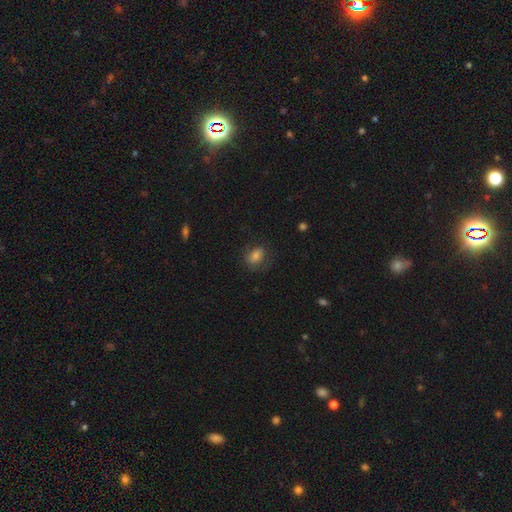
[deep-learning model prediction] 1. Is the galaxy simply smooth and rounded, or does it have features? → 72% smooth, 17% featured or disk, 12% star or artifact.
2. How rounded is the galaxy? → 67% in between, 31% round, 2% cigar-shaped.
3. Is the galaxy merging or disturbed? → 67% none, 20% minor disturbance, 11% major disturbance, 1% merger.